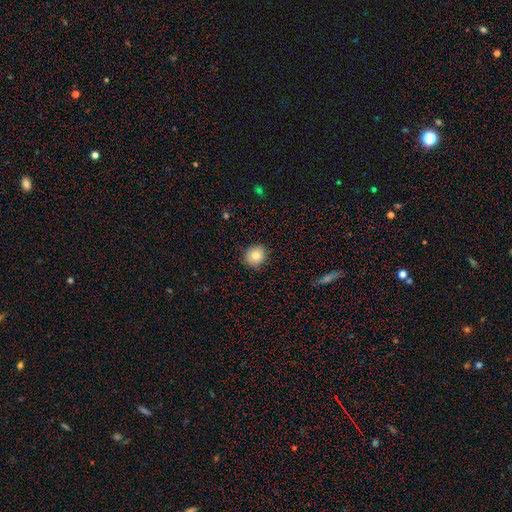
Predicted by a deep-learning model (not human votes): Q: Smooth or featured?
A: smooth (84%); runner-up: star or artifact (9%)
Q: How rounded?
A: round (87%); runner-up: in between (12%)
Q: Merging?
A: none (86%); runner-up: minor disturbance (11%)